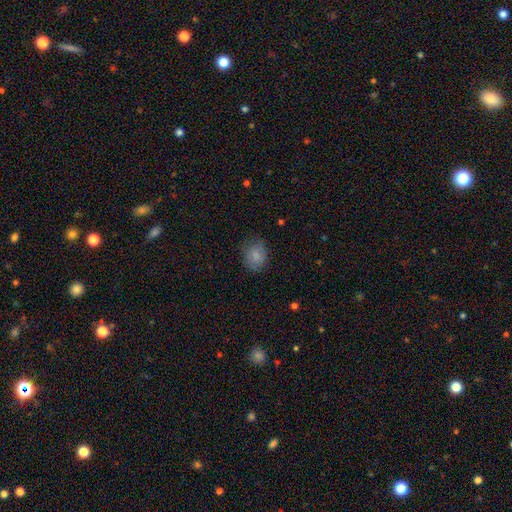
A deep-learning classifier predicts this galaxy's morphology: A smooth galaxy with no disk features (84%) that is round (51%).

Vote fractions:
- Smooth or featured? smooth: 84% / star or artifact: 8% / featured or disk: 7%
- How rounded? round: 51% / in between: 48% / cigar-shaped: 1%
- Merging? none: 75% / minor disturbance: 19% / major disturbance: 5% / merger: 1%